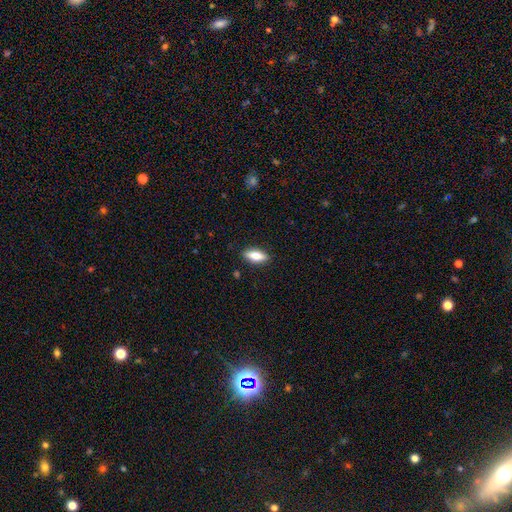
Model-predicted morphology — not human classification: A smooth galaxy with no disk features (76%) that is in between round and cigar-shaped (74%).

Vote fractions:
- Smooth or featured? smooth: 76% / featured or disk: 17% / star or artifact: 7%
- How rounded? in between: 74% / cigar-shaped: 23% / round: 3%
- Merging? none: 88% / minor disturbance: 9% / major disturbance: 2% / merger: 1%